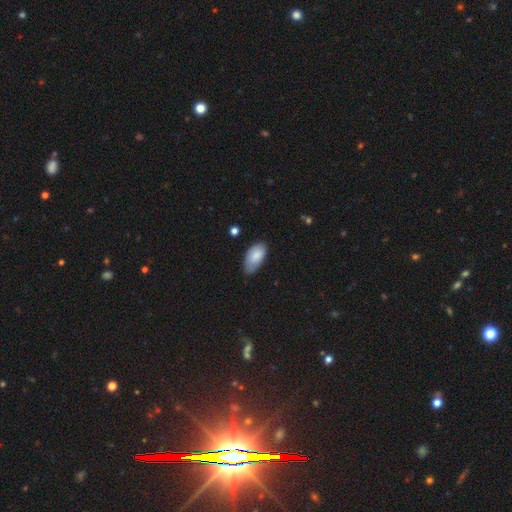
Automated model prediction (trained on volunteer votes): Smooth or featured? smooth (82%)
How rounded? in between (94%)
Merging? none (60%)